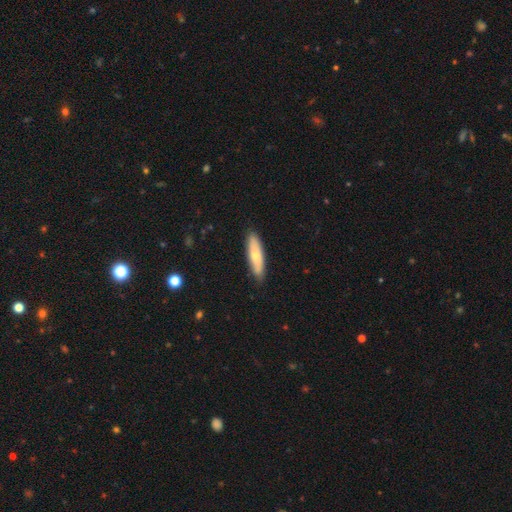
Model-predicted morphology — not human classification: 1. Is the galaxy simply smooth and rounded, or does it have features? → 64% smooth, 31% featured or disk, 5% star or artifact.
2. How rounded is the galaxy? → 65% cigar-shaped, 33% in between, 2% round.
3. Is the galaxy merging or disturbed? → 86% none, 11% minor disturbance, 2% major disturbance, 1% merger.